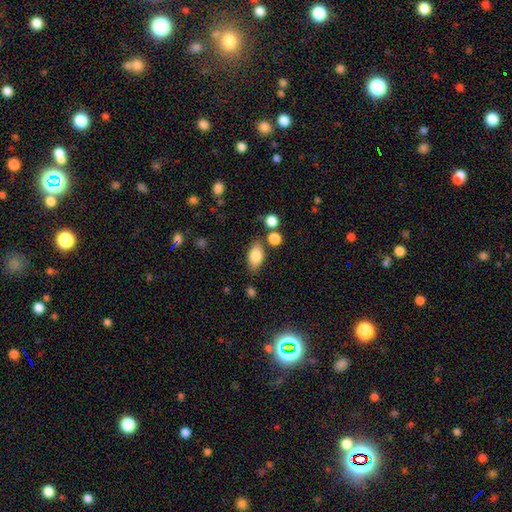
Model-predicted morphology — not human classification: A smooth galaxy with no disk features (81%) that is in between round and cigar-shaped (90%).

Vote fractions:
- Smooth or featured? smooth: 81% / featured or disk: 11% / star or artifact: 8%
- How rounded? in between: 90% / round: 6% / cigar-shaped: 4%
- Merging? none: 78% / minor disturbance: 13% / merger: 6% / major disturbance: 3%